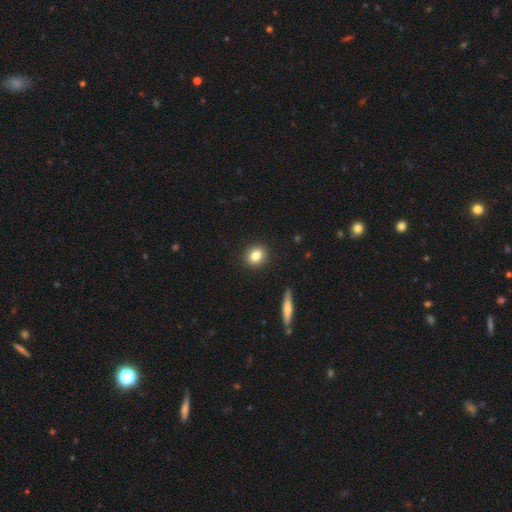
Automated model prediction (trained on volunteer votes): smooth-or-featured: smooth: 82% | star or artifact: 9% | featured or disk: 9%
  how-rounded: round: 75% | in between: 23% | cigar-shaped: 2%
  merging: none: 91% | minor disturbance: 6% | major disturbance: 2% | merger: 1%